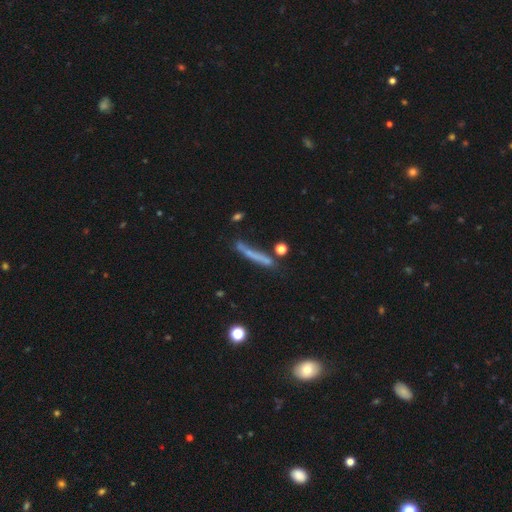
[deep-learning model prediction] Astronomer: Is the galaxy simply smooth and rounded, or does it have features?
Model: smooth — 54% (runner-up: featured or disk, 35%).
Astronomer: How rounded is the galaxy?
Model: cigar-shaped — 92%.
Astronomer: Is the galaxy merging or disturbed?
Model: none — 62%.